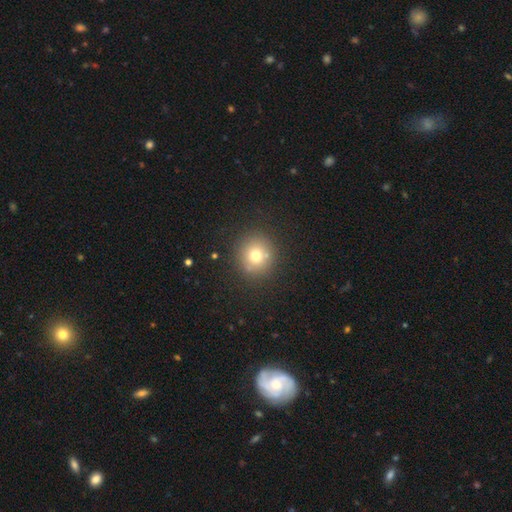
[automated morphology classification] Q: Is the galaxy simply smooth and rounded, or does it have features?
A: smooth — 71%.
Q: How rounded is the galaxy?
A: round — 91%.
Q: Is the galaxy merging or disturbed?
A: none — 85%.